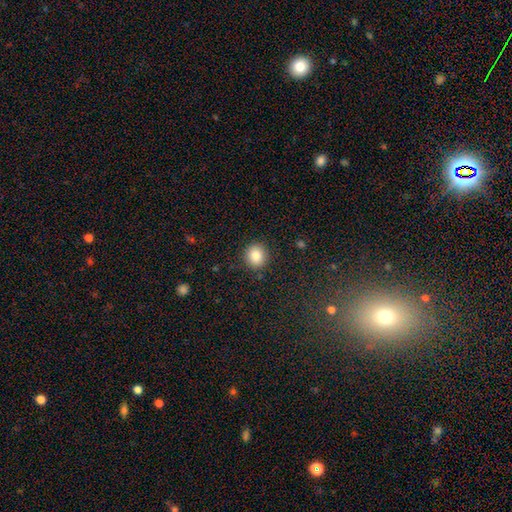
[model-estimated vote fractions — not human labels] Smooth or featured? Predicted: smooth (p=0.84). How rounded? Predicted: round (p=0.88). Merging? Predicted: none (p=0.89).